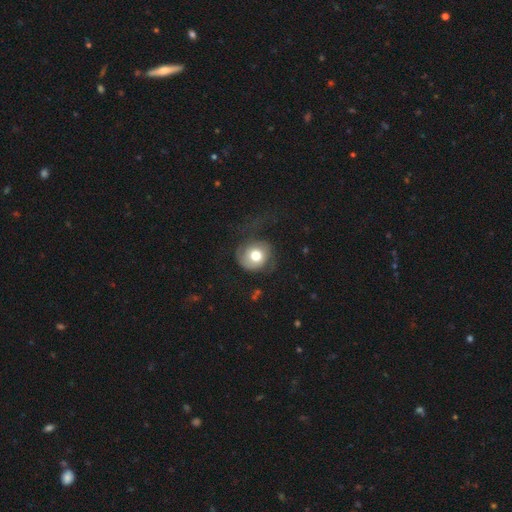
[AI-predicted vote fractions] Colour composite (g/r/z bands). It shows a smooth galaxy with no disk features (61%) that is round (83%). Merging: none (45%).